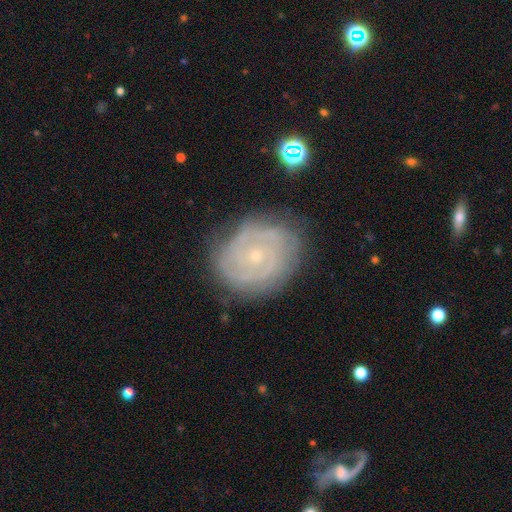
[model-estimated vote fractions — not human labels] smooth-or-featured: featured or disk: 79% | smooth: 14% | star or artifact: 7%
  disk-edge-on: no: 97% | yes: 3%
    bar: no: 79% | weak: 17% | strong: 4%
    has-spiral-arms: yes: 89% | no: 11%
      spiral-winding: tight: 75% | medium: 20% | loose: 5%
      spiral-arm-count: can't tell: 34% | 2: 33% | 3: 16% | 4: 7% | 1: 5% | more than 4: 5%
    bulge-size: small: 81% | moderate: 15% | none: 1% | large: 1% | dominant: 1%
  merging: none: 75% | minor disturbance: 18% | major disturbance: 6% | merger: 2%